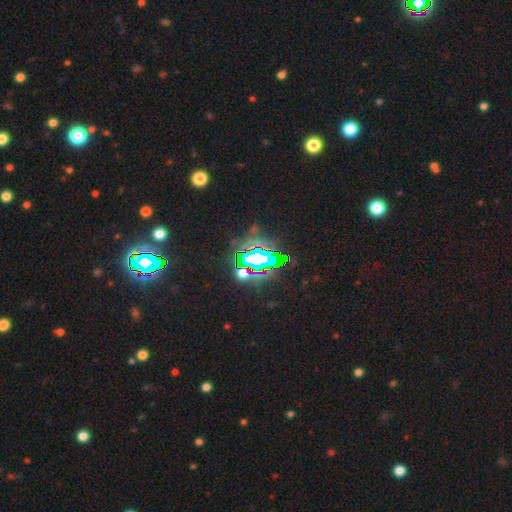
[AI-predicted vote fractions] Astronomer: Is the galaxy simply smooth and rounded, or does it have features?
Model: star or artifact — 78%.